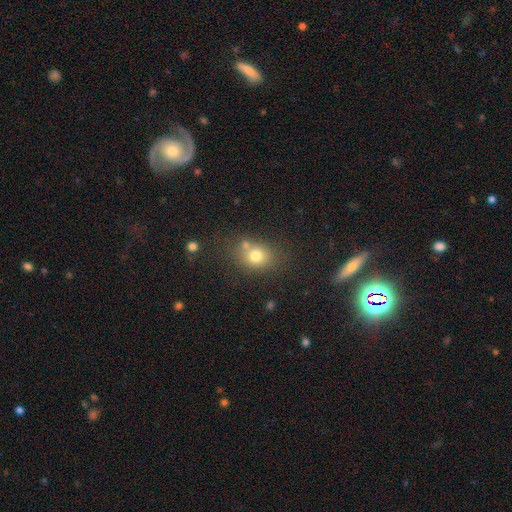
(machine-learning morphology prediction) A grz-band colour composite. It shows a smooth galaxy with no disk features (74%) that is round (59%). Merging: none (61%).